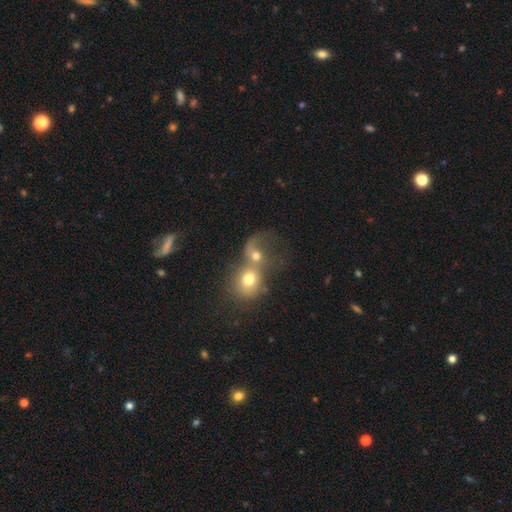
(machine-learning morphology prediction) smooth 60%, featured or disk 28%, star or artifact 12%. Down the decision tree: how rounded — round (68%); merging — merger (76%).